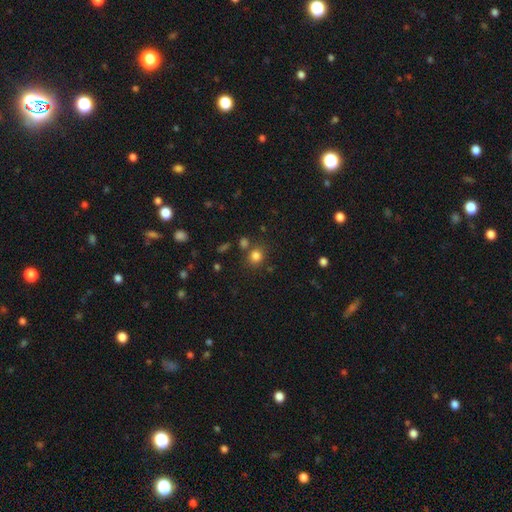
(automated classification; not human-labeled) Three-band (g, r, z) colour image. It shows a smooth galaxy with no disk features (81%) that is round (80%). Merging: none (75%).